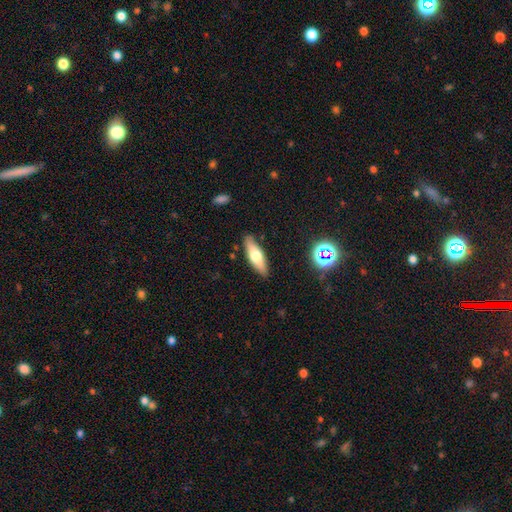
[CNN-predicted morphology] Overall: smooth (60%; featured or disk 33%). How rounded: cigar-shaped (49%, tied with in between). Merging: none (87%).